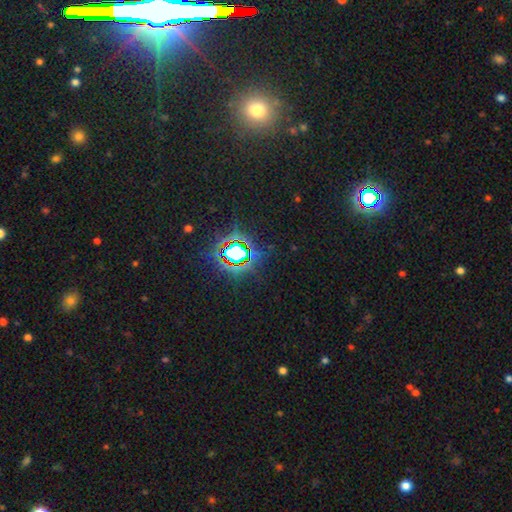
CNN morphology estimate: Overall: star or artifact (80%).